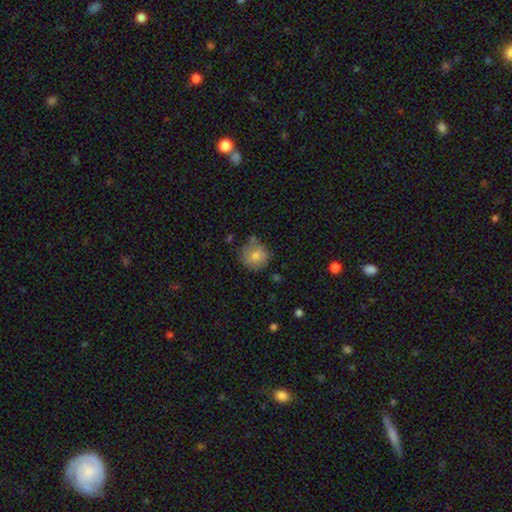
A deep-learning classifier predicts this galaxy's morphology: Q: Smooth or featured?
A: smooth (77%); runner-up: featured or disk (15%)
Q: How rounded?
A: round (88%); runner-up: in between (11%)
Q: Merging?
A: none (69%); runner-up: minor disturbance (21%)